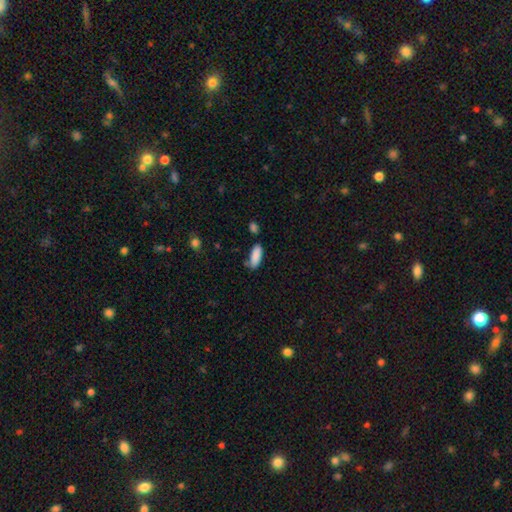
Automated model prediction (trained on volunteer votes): A smooth galaxy with no disk features (88%) that is in between round and cigar-shaped (70%).

Vote fractions:
- Smooth or featured? smooth: 88% / star or artifact: 7% / featured or disk: 5%
- How rounded? in between: 70% / cigar-shaped: 28% / round: 2%
- Merging? none: 68% / minor disturbance: 21% / merger: 6% / major disturbance: 5%